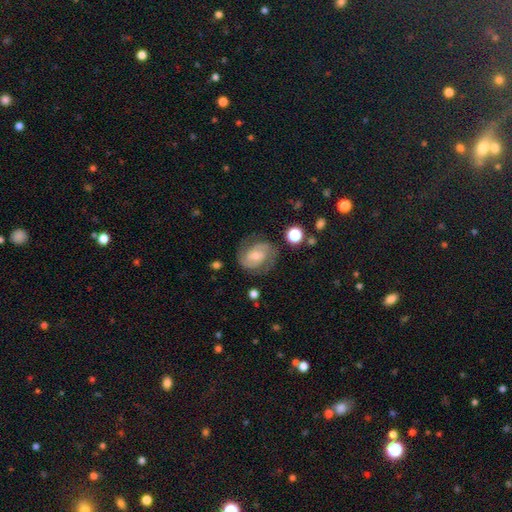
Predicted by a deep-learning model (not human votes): A featured or disk galaxy (78%) with no bar (46%), 2 (82%) medium (44%, tied with tight) spiral arms (93%) and a moderate central bulge (47%). Merging: none (74%).